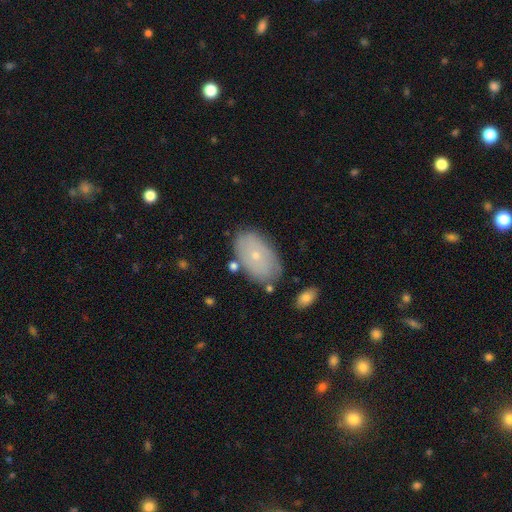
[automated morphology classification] smooth 55%, featured or disk 38%, star or artifact 7%. Down the decision tree: how rounded — in between (92%); merging — none (77%).